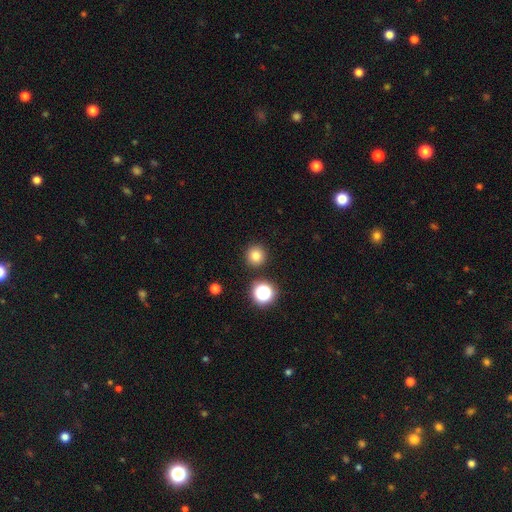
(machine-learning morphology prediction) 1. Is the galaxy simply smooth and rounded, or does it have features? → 79% smooth, 16% star or artifact, 5% featured or disk.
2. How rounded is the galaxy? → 94% round, 5% in between, 1% cigar-shaped.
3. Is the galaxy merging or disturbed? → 90% none, 6% minor disturbance, 3% merger, 2% major disturbance.